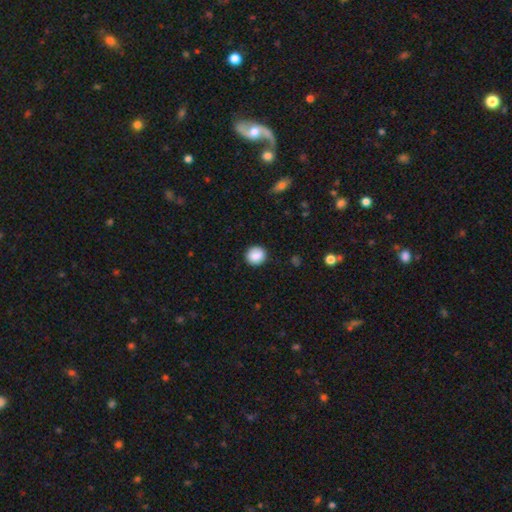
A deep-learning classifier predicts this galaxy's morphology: Smooth or featured? smooth (87%)
How rounded? round (90%)
Merging? none (90%)